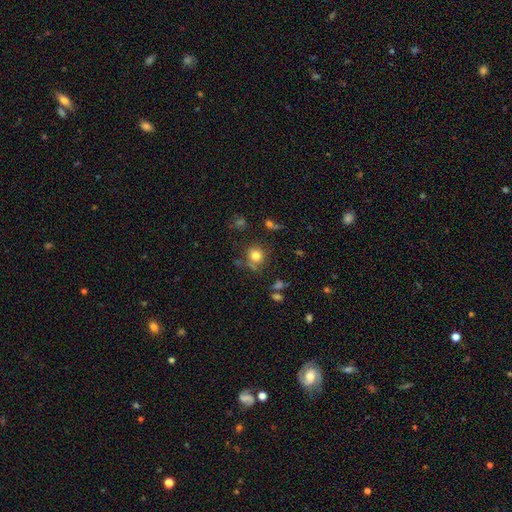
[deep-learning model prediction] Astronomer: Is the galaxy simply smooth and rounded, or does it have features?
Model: smooth — 79%.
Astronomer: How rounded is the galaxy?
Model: round — 88%.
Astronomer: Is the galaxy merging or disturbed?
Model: none — 74%.